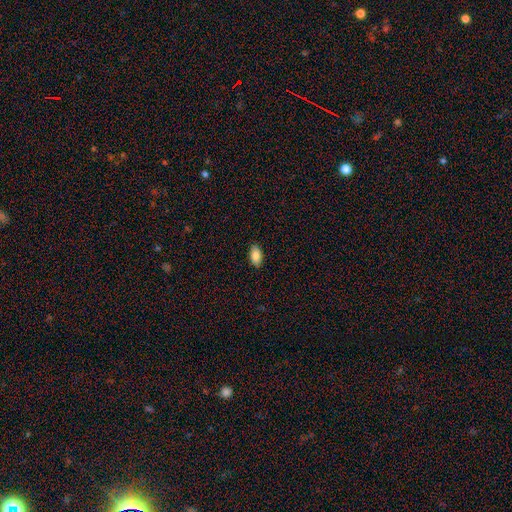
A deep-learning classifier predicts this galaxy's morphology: This appears to be a smooth galaxy with no disk features (86%) that is in between round and cigar-shaped (93%). Merging: none (89%).